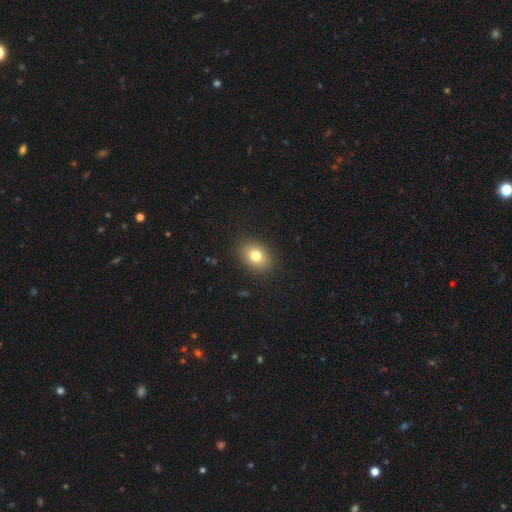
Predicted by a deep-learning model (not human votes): Smooth or featured? smooth (79%)
How rounded? in between (70%)
Merging? none (89%)